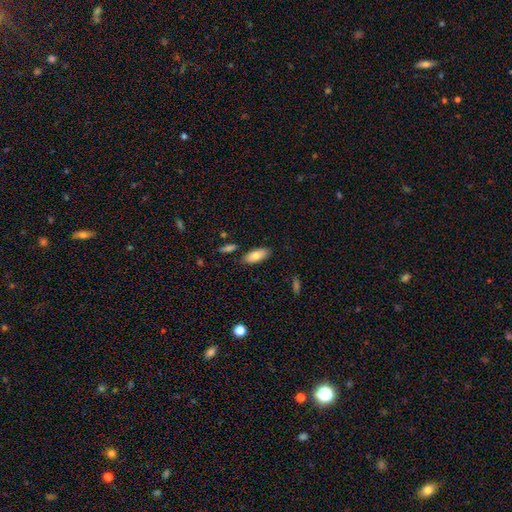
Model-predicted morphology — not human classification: This is likely a smooth galaxy (76%). How rounded: clearly in between (87%). Merging: clearly none (83%).